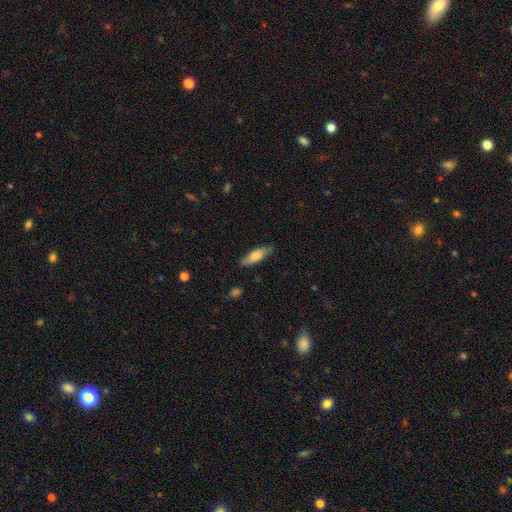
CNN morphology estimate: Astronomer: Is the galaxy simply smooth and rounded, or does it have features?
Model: smooth — 72%.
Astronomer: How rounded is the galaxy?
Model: in between — 50% (runner-up: cigar-shaped, 48%).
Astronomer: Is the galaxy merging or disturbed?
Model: none — 81%.